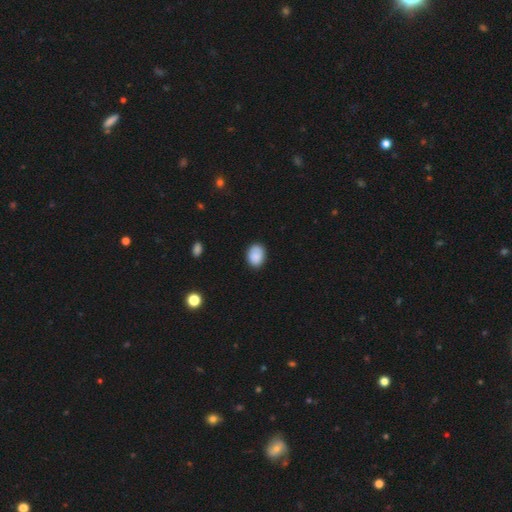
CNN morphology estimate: smooth 86%, star or artifact 8%, featured or disk 6%. Down the decision tree: how rounded — in between (66%); merging — none (80%).